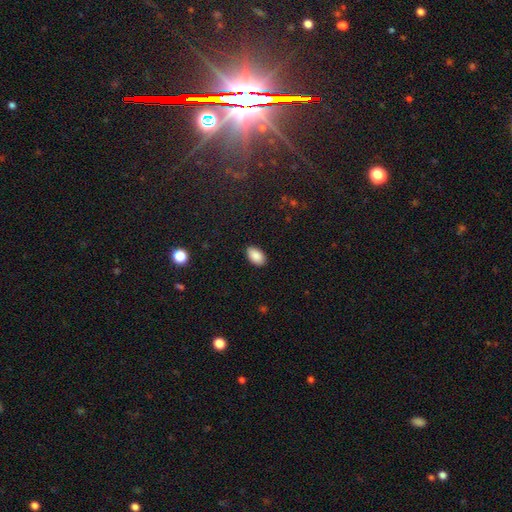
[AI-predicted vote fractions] Smooth or featured? Predicted: smooth (p=0.88). How rounded? Predicted: in between (p=0.94). Merging? Predicted: none (p=0.88).